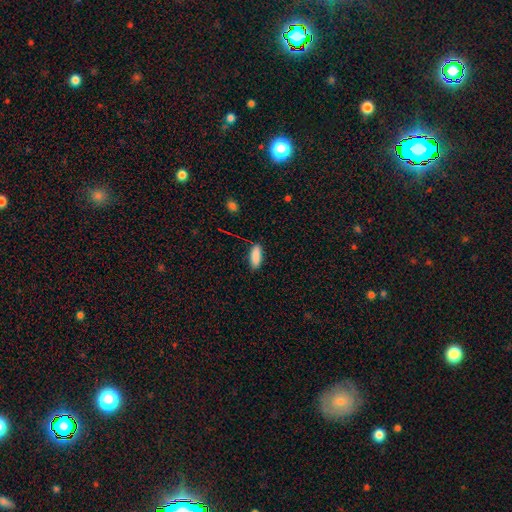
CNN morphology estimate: Smooth or featured?
  - smooth: 88% *
  - star or artifact: 7%
  - featured or disk: 5%
How rounded?
  - in between: 71% *
  - cigar-shaped: 28%
  - round: 2%
Merging?
  - none: 85% *
  - minor disturbance: 11%
  - major disturbance: 2%
  - merger: 1%